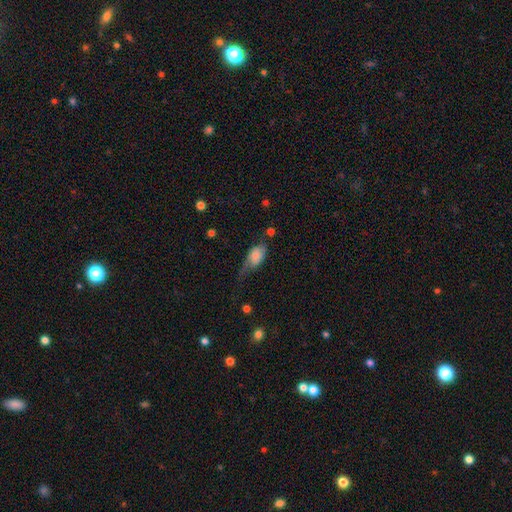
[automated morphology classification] Overall: smooth (66%). How rounded: in between (88%). Merging: minor disturbance (36%; major disturbance 30%).